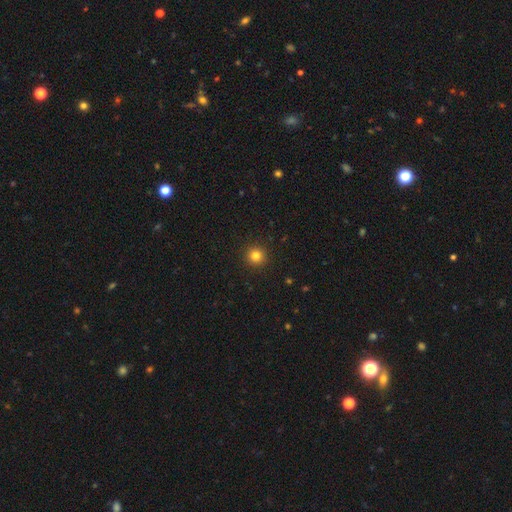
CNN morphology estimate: Smooth or featured?
  - smooth: 82% *
  - star or artifact: 13%
  - featured or disk: 5%
How rounded?
  - round: 95% *
  - in between: 4%
  - cigar-shaped: 1%
Merging?
  - none: 93% *
  - minor disturbance: 5%
  - major disturbance: 2%
  - merger: 1%